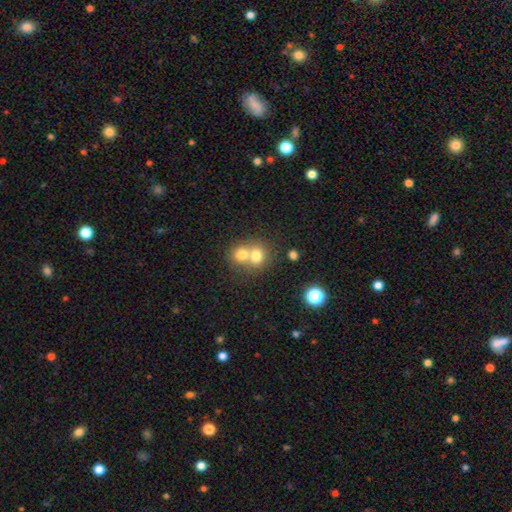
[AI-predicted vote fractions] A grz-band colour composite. It shows a smooth galaxy with no disk features (73%) that is round (73%). Merging: merger (65%).